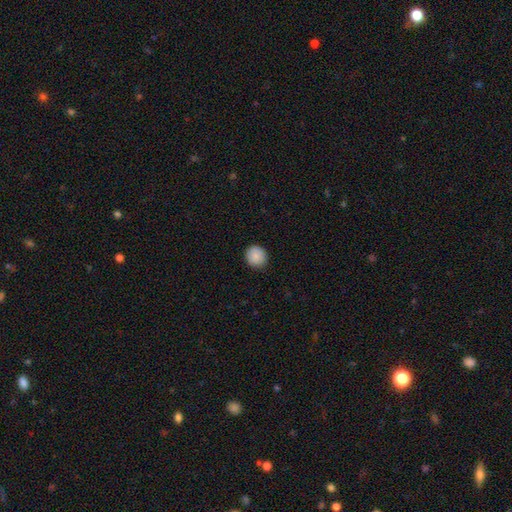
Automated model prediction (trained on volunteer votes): Overall: smooth (89%). How rounded: round (89%). Merging: none (90%).